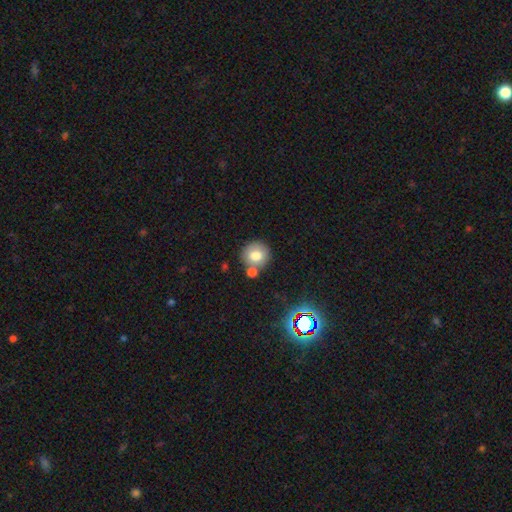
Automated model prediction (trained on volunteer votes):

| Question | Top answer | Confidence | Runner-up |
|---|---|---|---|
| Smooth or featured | smooth | 76% | featured or disk (13%) |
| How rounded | round | 90% | in between (9%) |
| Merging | none | 70% | merger (16%) |